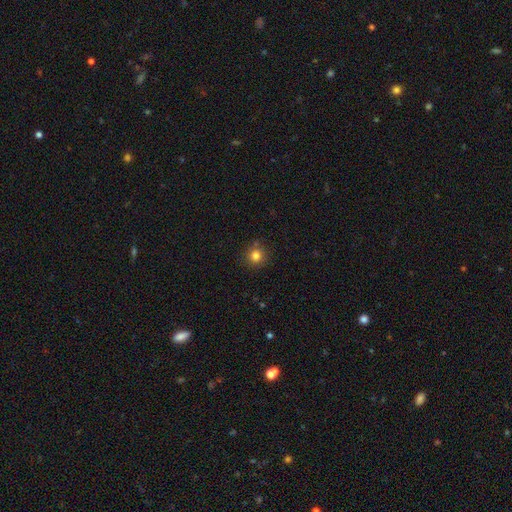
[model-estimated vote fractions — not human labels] Q: Smooth or featured?
A: smooth (81%); runner-up: star or artifact (13%)
Q: How rounded?
A: round (94%); runner-up: in between (5%)
Q: Merging?
A: none (86%); runner-up: minor disturbance (8%)